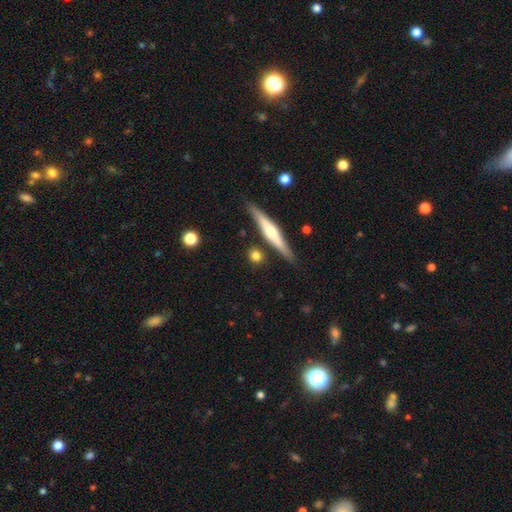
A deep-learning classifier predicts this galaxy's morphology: A smooth galaxy with no disk features (64%) that is round (54%). Merging: none (83%).